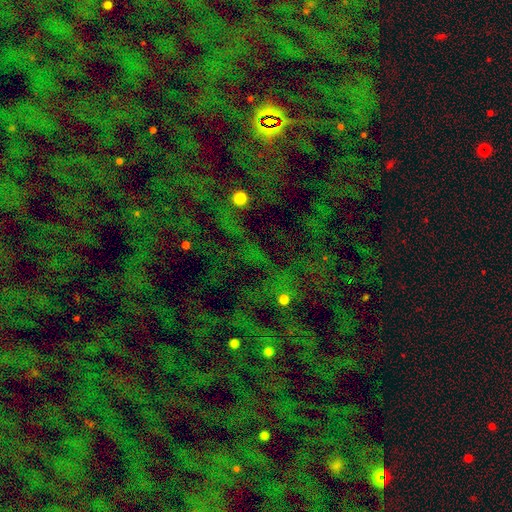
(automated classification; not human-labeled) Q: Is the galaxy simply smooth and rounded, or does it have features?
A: star or artifact — 78%.